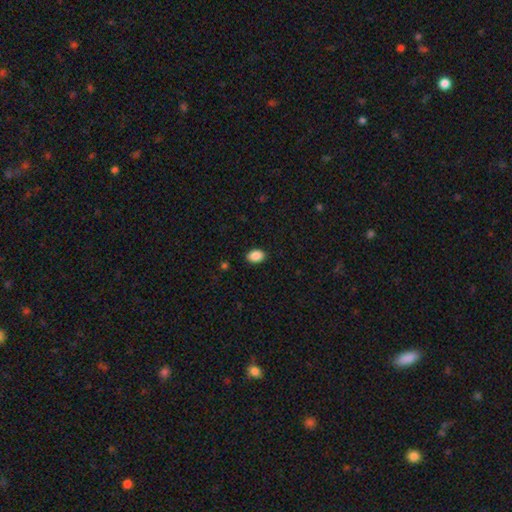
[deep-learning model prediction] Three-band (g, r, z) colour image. It shows a smooth galaxy with no disk features (89%) that is in between round and cigar-shaped (80%). Merging: none (89%).